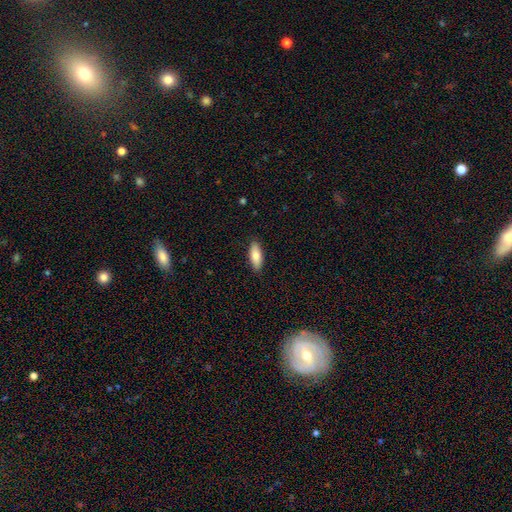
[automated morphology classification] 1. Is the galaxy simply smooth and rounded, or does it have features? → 83% smooth, 11% featured or disk, 6% star or artifact.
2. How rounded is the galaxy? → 71% in between, 27% cigar-shaped, 2% round.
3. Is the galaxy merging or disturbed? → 88% none, 9% minor disturbance, 2% major disturbance, 1% merger.